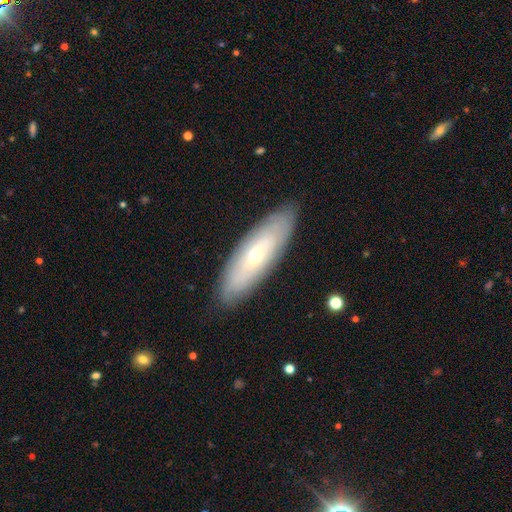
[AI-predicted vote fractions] featured or disk 57%, smooth 37%, star or artifact 7%. Down the decision tree: edge-on disk — no (67%); merging — none (87%).